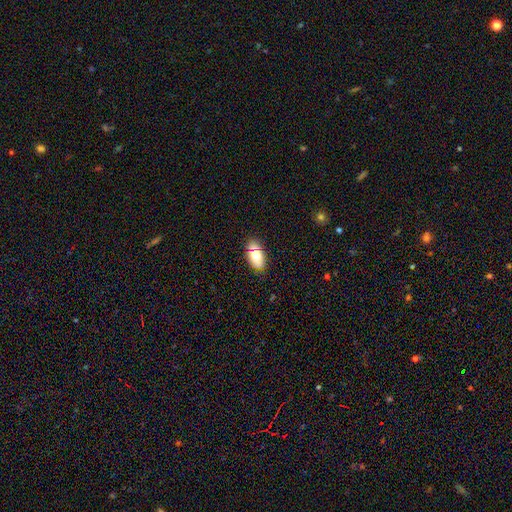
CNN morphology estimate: A smooth galaxy with no disk features (71%) that is in between round and cigar-shaped (89%).

Vote fractions:
- Smooth or featured? smooth: 71% / featured or disk: 21% / star or artifact: 8%
- How rounded? in between: 89% / round: 7% / cigar-shaped: 4%
- Merging? none: 78% / minor disturbance: 15% / merger: 4% / major disturbance: 3%